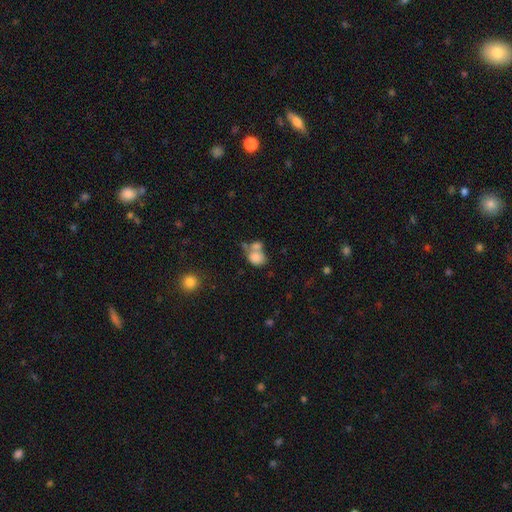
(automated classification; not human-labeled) smooth 79%, featured or disk 11%, star or artifact 10%. Down the decision tree: how rounded — in between (51%); merging — merger (52%).